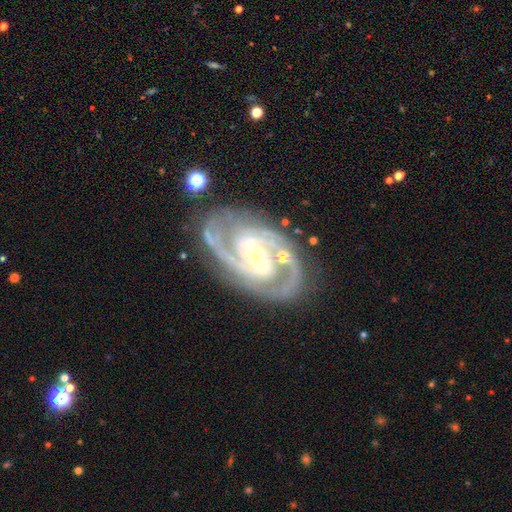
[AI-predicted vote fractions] Q: Smooth or featured?
A: featured or disk (92%); runner-up: star or artifact (5%)
Q: Edge-on disk?
A: no (97%); runner-up: yes (3%)
Q: Bar?
A: strong (45%); runner-up: weak (39%)
Q: Spiral arms?
A: yes (98%); runner-up: no (2%)
Q: Spiral winding?
A: medium (47%); tied with: tight (47%)
Q: Spiral arm count?
A: 2 (72%); runner-up: 3 (16%)
Q: Bulge size?
A: small (69%); runner-up: moderate (26%)
Q: Merging?
A: none (74%); runner-up: minor disturbance (16%)